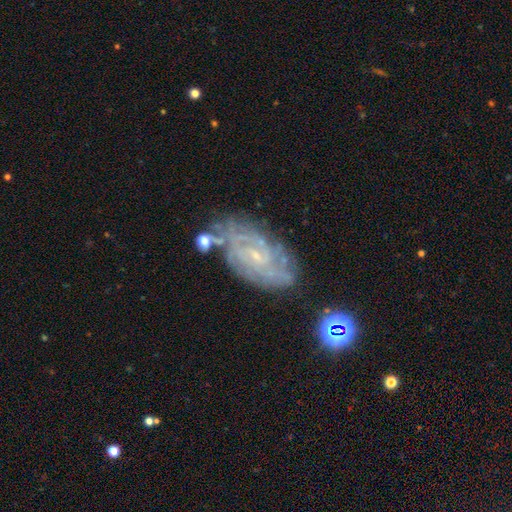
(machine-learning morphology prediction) Q: Smooth or featured?
A: featured or disk (79%); runner-up: smooth (11%)
Q: Edge-on disk?
A: no (95%); runner-up: yes (5%)
Q: Bar?
A: no (59%); runner-up: weak (34%)
Q: Spiral arms?
A: yes (94%); runner-up: no (6%)
Q: Spiral winding?
A: tight (67%); runner-up: medium (26%)
Q: Spiral arm count?
A: can't tell (40%); runner-up: 2 (19%)
Q: Bulge size?
A: small (82%); runner-up: moderate (11%)
Q: Merging?
A: none (72%); runner-up: minor disturbance (18%)